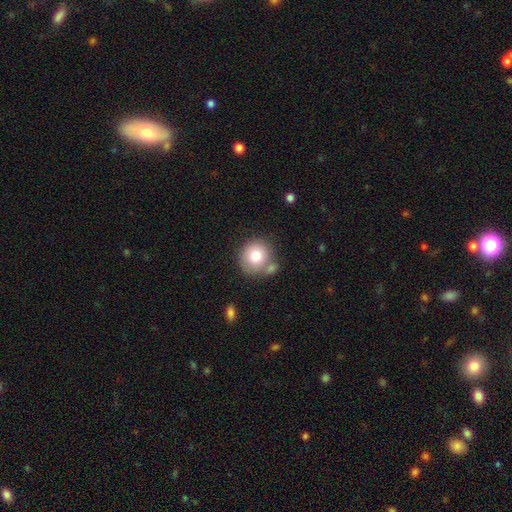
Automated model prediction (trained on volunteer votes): This appears to be a smooth galaxy with no disk features (76%) that is round (88%). Merging: none (60%).